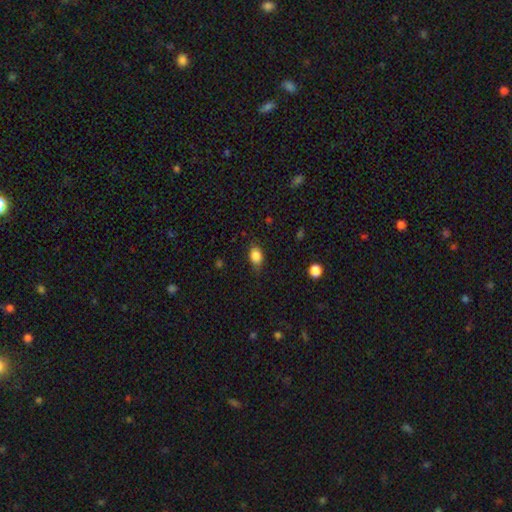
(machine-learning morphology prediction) A smooth galaxy with no disk features (85%) that is in between round and cigar-shaped (76%).

Vote fractions:
- Smooth or featured? smooth: 85% / star or artifact: 9% / featured or disk: 5%
- How rounded? in between: 76% / round: 21% / cigar-shaped: 2%
- Merging? none: 77% / minor disturbance: 18% / major disturbance: 4% / merger: 1%